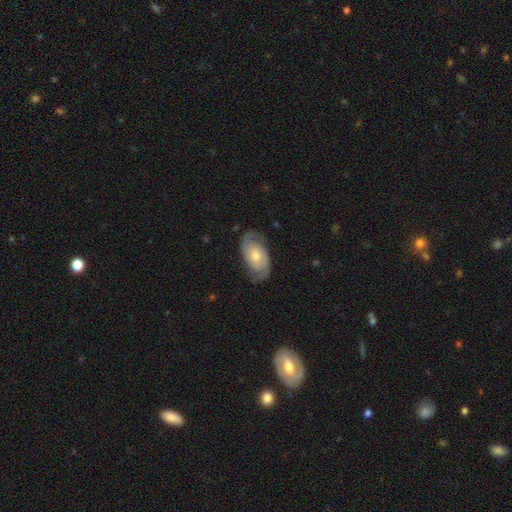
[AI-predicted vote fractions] featured or disk 74%, smooth 21%, star or artifact 5%. Down the decision tree: edge-on disk — no (95%); bar — no (69%); spiral arms — yes (92%); spiral arm count — 2 (86%); spiral winding — medium (41%); bulge size — moderate (56%); merging — none (76%).